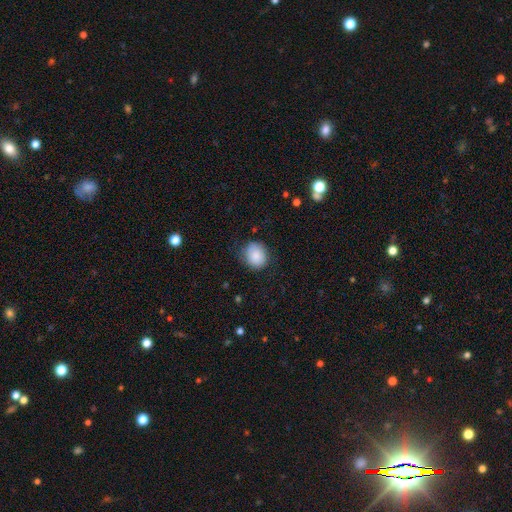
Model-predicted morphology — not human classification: Smooth or featured?
  - smooth: 84% *
  - featured or disk: 8%
  - star or artifact: 8%
How rounded?
  - round: 67% *
  - in between: 32%
  - cigar-shaped: 1%
Merging?
  - none: 75% *
  - minor disturbance: 19%
  - major disturbance: 5%
  - merger: 1%